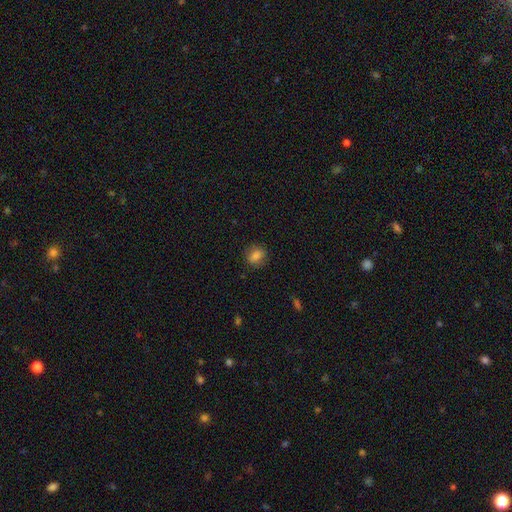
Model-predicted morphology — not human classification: smooth-or-featured: smooth: 83% | star or artifact: 10% | featured or disk: 7%
  how-rounded: in between: 56% | round: 41% | cigar-shaped: 3%
  merging: none: 81% | minor disturbance: 13% | major disturbance: 4% | merger: 1%